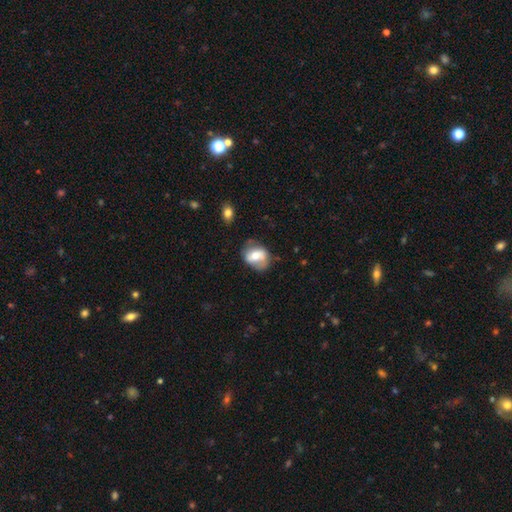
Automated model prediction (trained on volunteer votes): Morphology: type=smooth (51%); roundness=in between (58%); merging=none (64%).